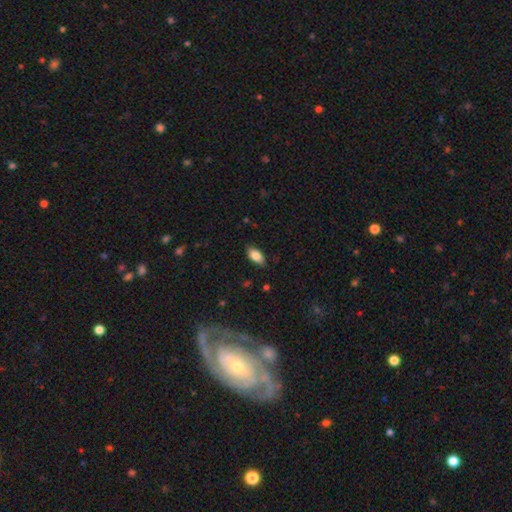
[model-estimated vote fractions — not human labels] A smooth galaxy with no disk features (82%) that is in between round and cigar-shaped (91%).

Vote fractions:
- Smooth or featured? smooth: 82% / featured or disk: 11% / star or artifact: 7%
- How rounded? in between: 91% / cigar-shaped: 6% / round: 3%
- Merging? none: 85% / minor disturbance: 11% / major disturbance: 2% / merger: 1%